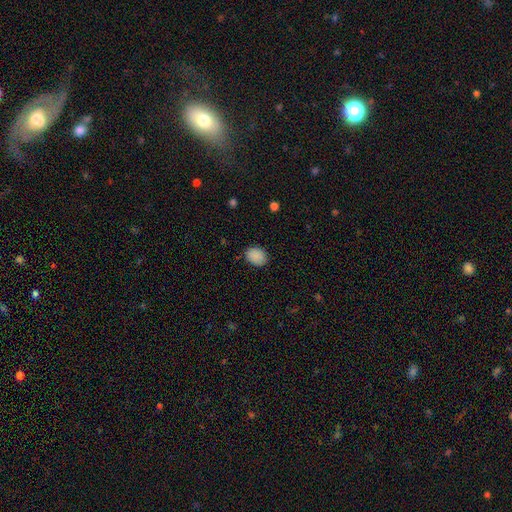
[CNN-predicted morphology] type=smooth (89%); roundness=in between (62%); merging=none (83%).